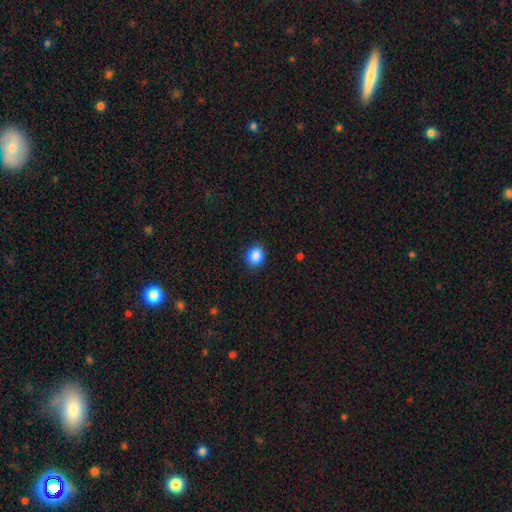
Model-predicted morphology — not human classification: type=smooth (88%); roundness=in between (51%); merging=none (88%).